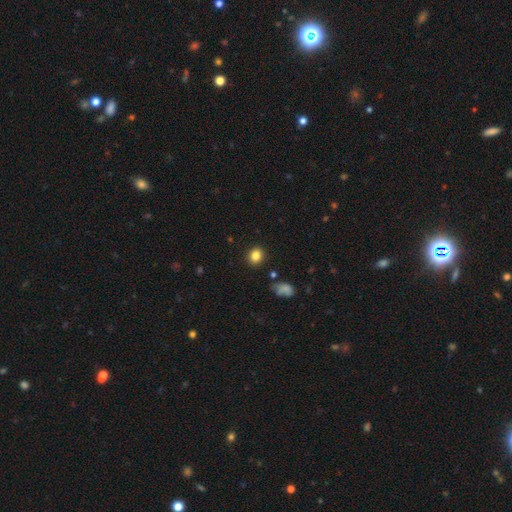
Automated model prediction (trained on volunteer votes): smooth 84%, star or artifact 11%, featured or disk 5%. Down the decision tree: how rounded — round (74%); merging — none (89%).